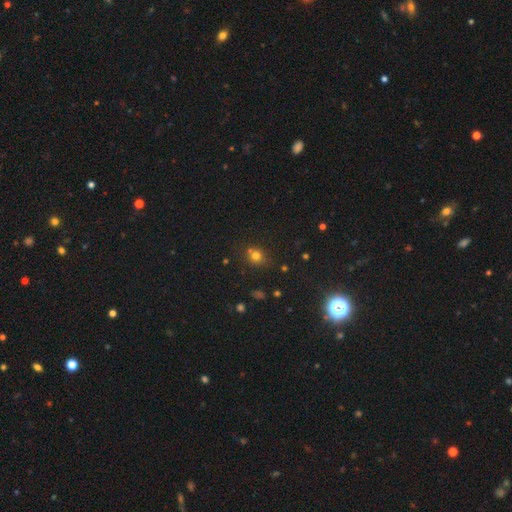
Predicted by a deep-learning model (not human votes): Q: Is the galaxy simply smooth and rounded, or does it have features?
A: smooth — 70%.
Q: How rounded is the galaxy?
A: round — 81%.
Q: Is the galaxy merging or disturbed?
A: none — 65%.